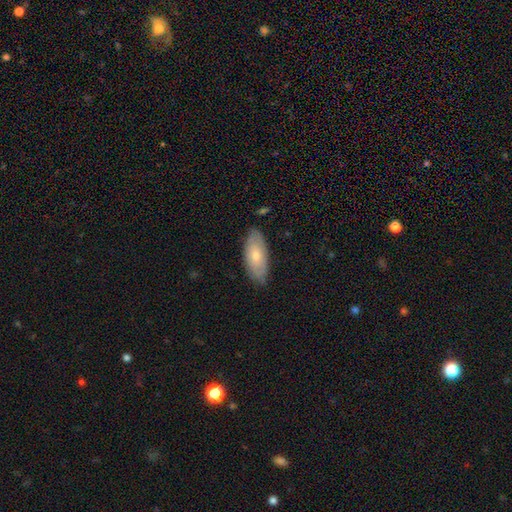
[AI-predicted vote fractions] Smooth or featured? smooth (60%)
How rounded? in between (86%)
Merging? none (82%)